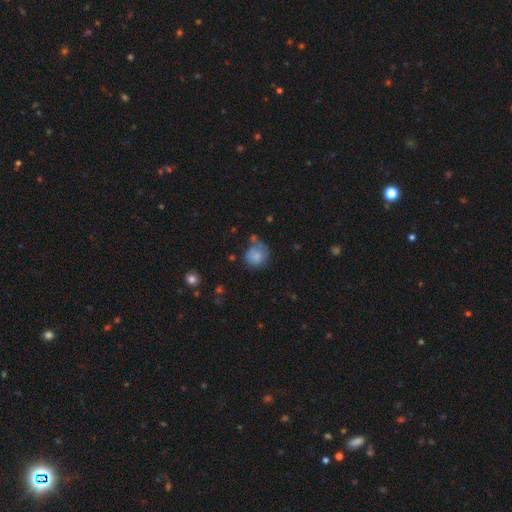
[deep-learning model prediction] Smooth or featured? smooth (77%)
How rounded? round (81%)
Merging? none (51%)